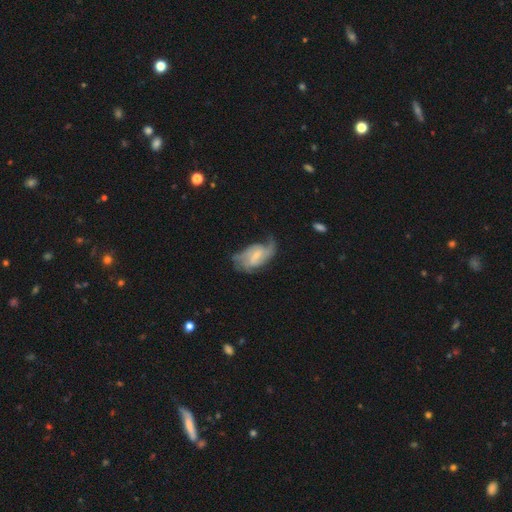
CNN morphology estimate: Q: Smooth or featured?
A: featured or disk (78%); runner-up: smooth (16%)
Q: Edge-on disk?
A: no (96%); runner-up: yes (4%)
Q: Bar?
A: weak (55%); runner-up: no (27%)
Q: Spiral arms?
A: yes (91%); runner-up: no (9%)
Q: Spiral winding?
A: medium (43%); runner-up: loose (31%)
Q: Spiral arm count?
A: 2 (51%); runner-up: can't tell (22%)
Q: Bulge size?
A: small (59%); runner-up: moderate (30%)
Q: Merging?
A: none (48%); runner-up: minor disturbance (27%)